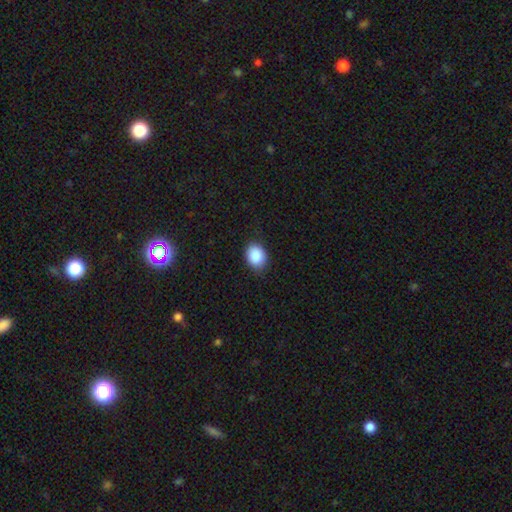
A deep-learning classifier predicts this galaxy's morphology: This is clearly a smooth galaxy (89%). How rounded: likely in between (62%). Merging: clearly none (82%).